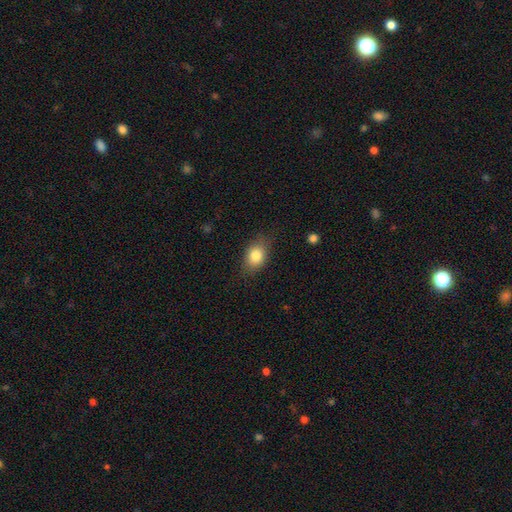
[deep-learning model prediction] A smooth galaxy with no disk features (82%) that is in between round and cigar-shaped (75%). Merging: none (79%).